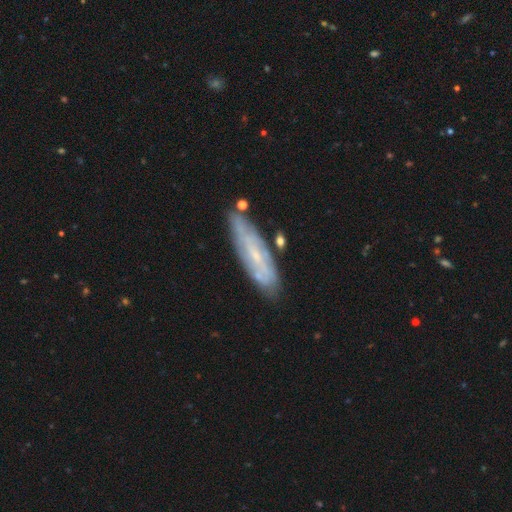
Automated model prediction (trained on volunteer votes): Q: Smooth or featured?
A: featured or disk (65%); runner-up: smooth (28%)
Q: Edge-on disk?
A: no (69%); runner-up: yes (31%)
Q: Merging?
A: none (75%); runner-up: minor disturbance (17%)